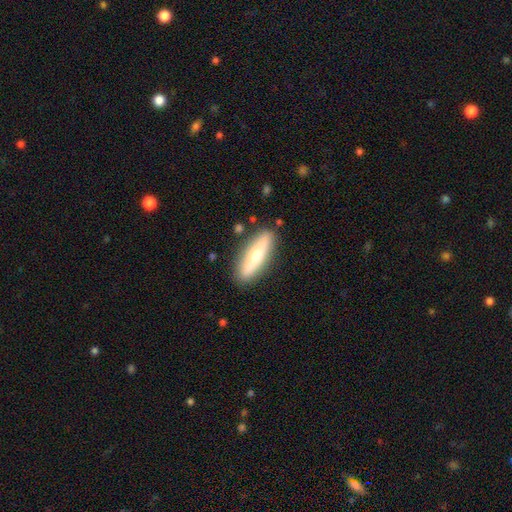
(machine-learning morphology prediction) type=smooth (52%); roundness=cigar-shaped (67%); merging=none (86%).